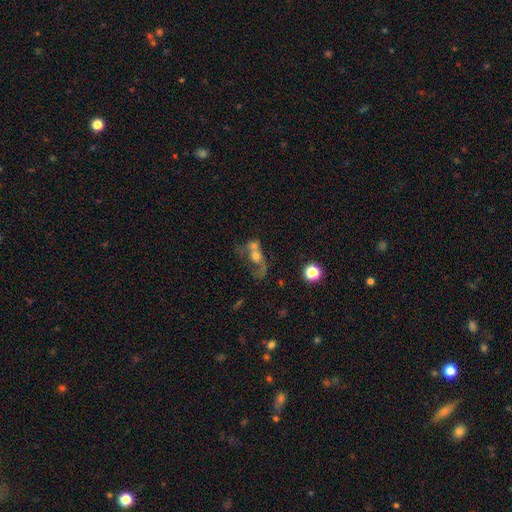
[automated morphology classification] A smooth galaxy with no disk features (44%).

Vote fractions:
- Smooth or featured? smooth: 44% / featured or disk: 42% / star or artifact: 14%
- Merging? merger: 55% / major disturbance: 22% / none: 14% / minor disturbance: 8%